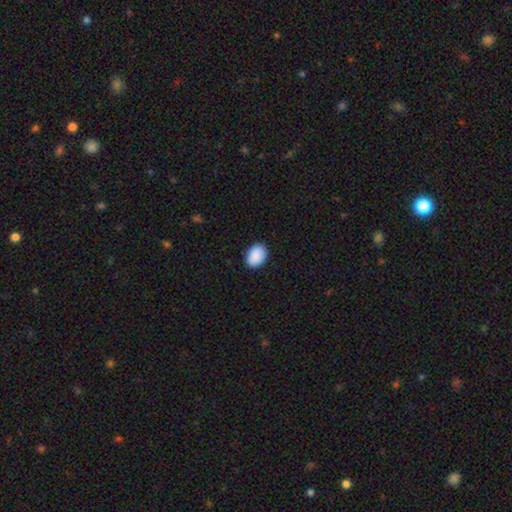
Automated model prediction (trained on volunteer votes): Morphology: type=smooth (91%); roundness=in between (76%); merging=none (89%).